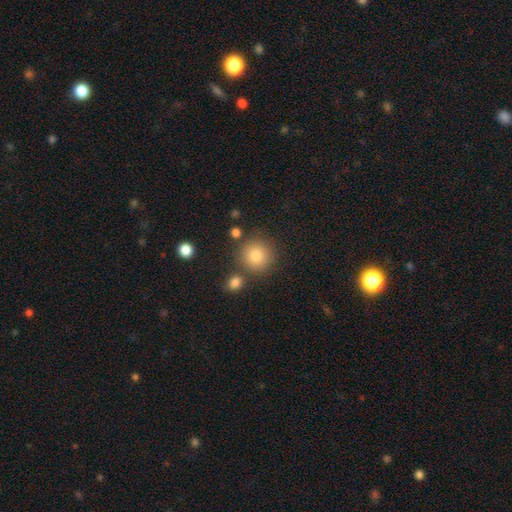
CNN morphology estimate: This is clearly a smooth galaxy (82%). How rounded: clearly round (93%). Merging: likely none (80%).